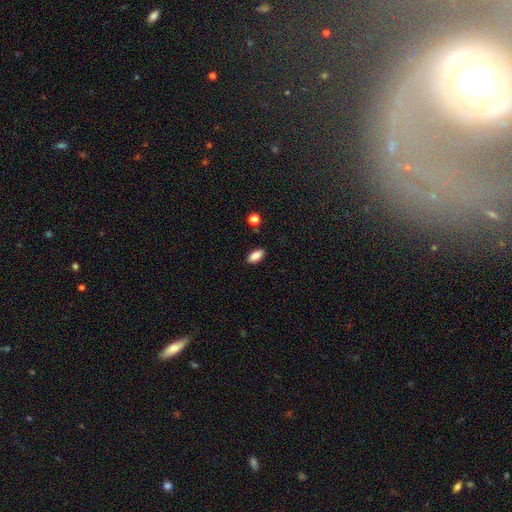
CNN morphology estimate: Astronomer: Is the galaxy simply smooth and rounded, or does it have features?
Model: smooth — 86%.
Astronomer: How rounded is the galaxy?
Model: in between — 89%.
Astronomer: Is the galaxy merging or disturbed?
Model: none — 88%.